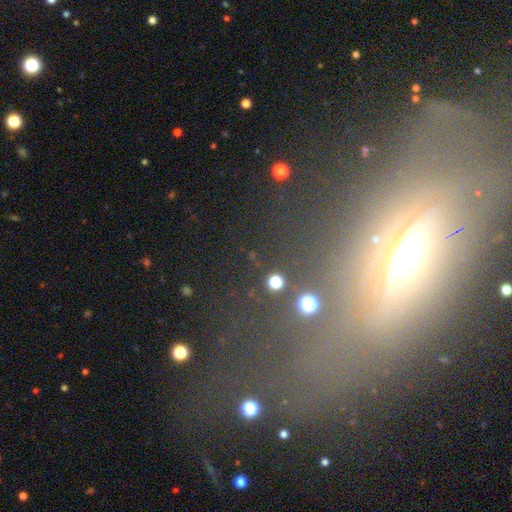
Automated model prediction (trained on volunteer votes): Morphology: type=featured or disk (42%); merging=none (56%).